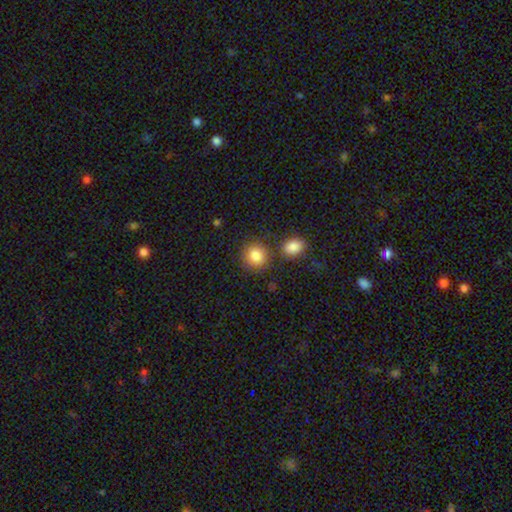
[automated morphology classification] This appears to be a smooth galaxy with no disk features (86%) that is round (84%). Merging: none (76%).